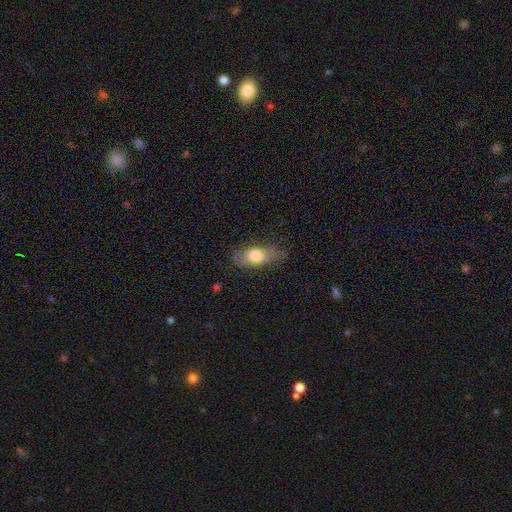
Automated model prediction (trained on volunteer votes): This appears to be a smooth galaxy with no disk features (71%) that is in between round and cigar-shaped (82%). Merging: none (63%).